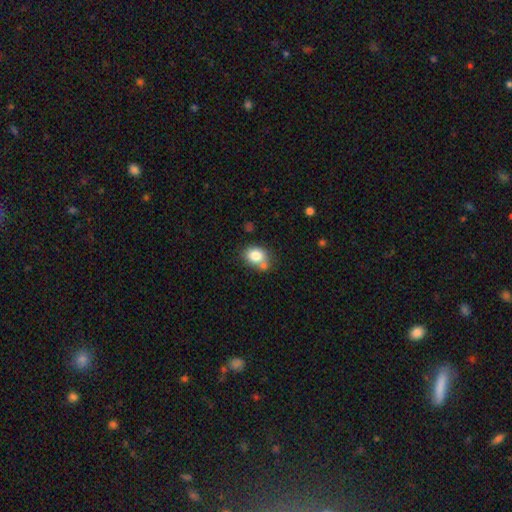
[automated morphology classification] Overall: smooth (80%). How rounded: in between (56%; round 43%). Merging: none (55%; merger 22%).